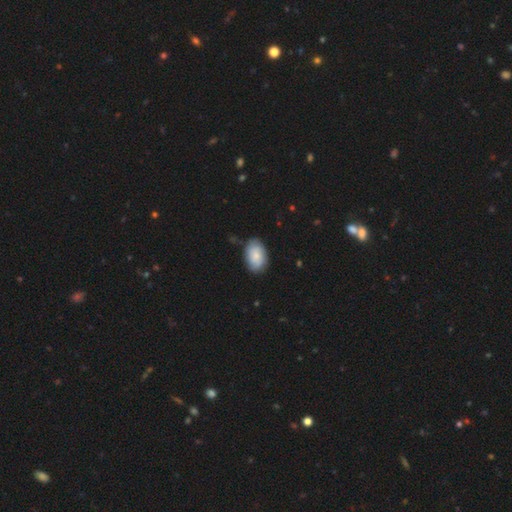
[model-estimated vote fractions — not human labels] Smooth or featured? Predicted: smooth (p=0.74). How rounded? Predicted: in between (p=0.90). Merging? Predicted: none (p=0.76).